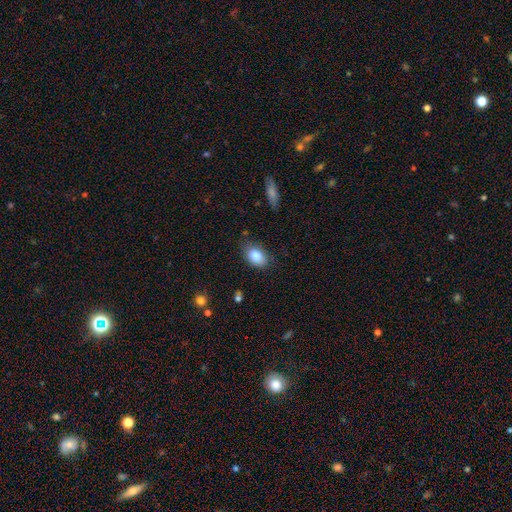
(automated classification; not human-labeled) Smooth or featured: smooth — 85% (featured or disk — 8%)
How rounded: in between — 87% (round — 11%)
Merging: none — 77% (minor disturbance — 18%)